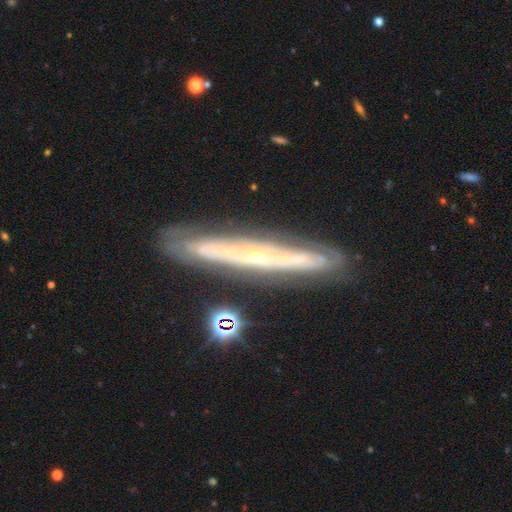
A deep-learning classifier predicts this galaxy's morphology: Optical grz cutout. It shows a featured or disk galaxy (77%) viewed edge-on (78%) with no central bulge (50%). Merging: none (81%).